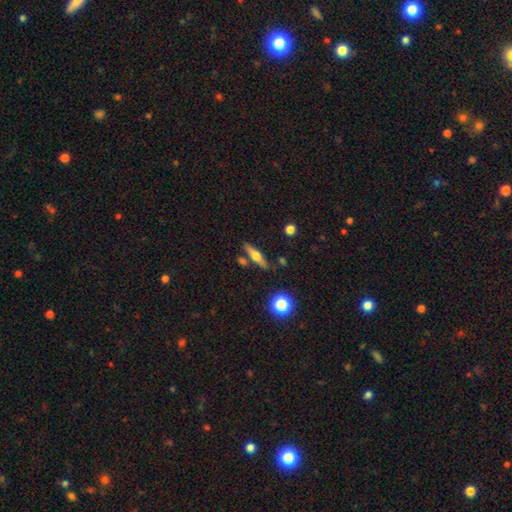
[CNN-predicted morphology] featured or disk 53%, smooth 39%, star or artifact 8%. Down the decision tree: edge-on disk — yes (93%); merging — none (79%).